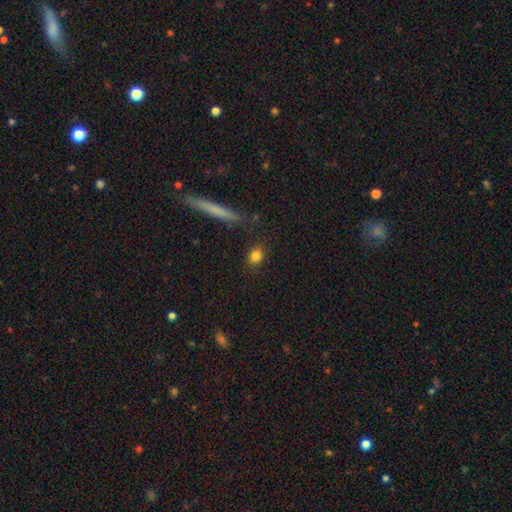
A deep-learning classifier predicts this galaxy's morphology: smooth_or_featured: smooth (p=0.83) [alt: star or artifact p=0.10]
how_rounded: round (p=0.51) [alt: in between p=0.45]
merging: none (p=0.85) [alt: minor disturbance p=0.10]